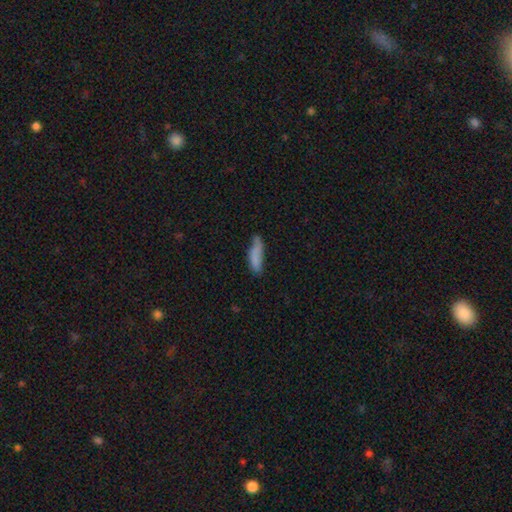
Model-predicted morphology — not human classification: Smooth or featured?
  - smooth: 77% *
  - featured or disk: 15%
  - star or artifact: 8%
How rounded?
  - cigar-shaped: 54% *
  - in between: 44%
  - round: 2%
Merging?
  - none: 53% *
  - minor disturbance: 32%
  - major disturbance: 10%
  - merger: 5%